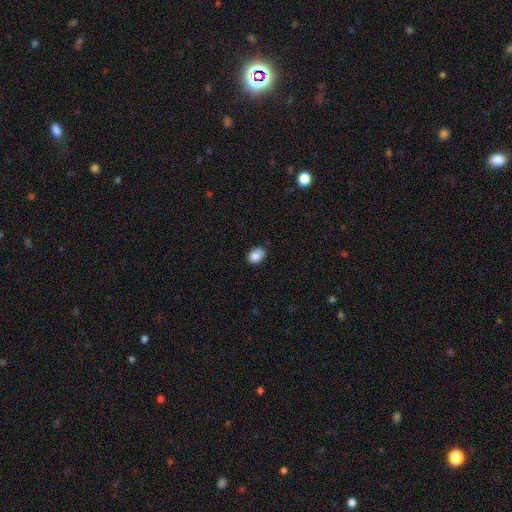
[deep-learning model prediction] Smooth or featured? smooth (88%)
How rounded? in between (75%)
Merging? none (80%)